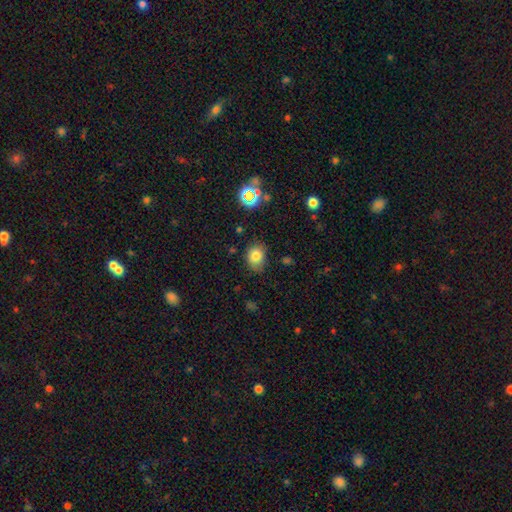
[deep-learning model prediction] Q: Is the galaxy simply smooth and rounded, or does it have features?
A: smooth — 79%.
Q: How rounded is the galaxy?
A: in between — 50%.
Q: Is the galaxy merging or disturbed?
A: none — 73%.